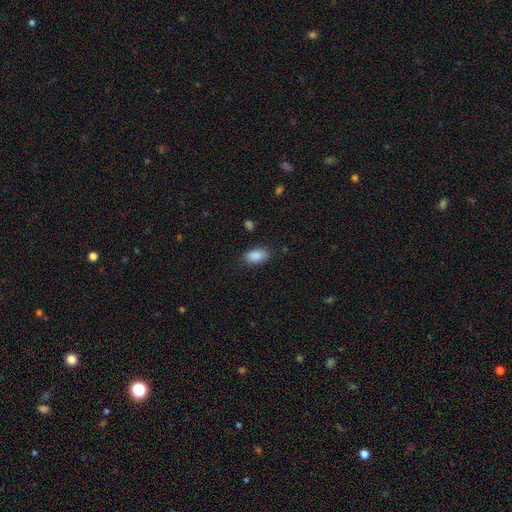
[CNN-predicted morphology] This appears to be a smooth galaxy with no disk features (89%) that is in between round and cigar-shaped (92%). Merging: none (83%).